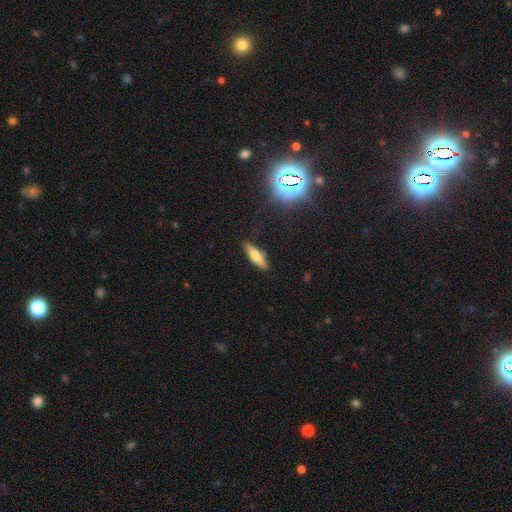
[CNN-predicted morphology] The model was most divided on "how rounded": cigar-shaped: 63%, in between: 35%, round: 2%. More confident: merging — none (86%); smooth or featured — smooth (60%).